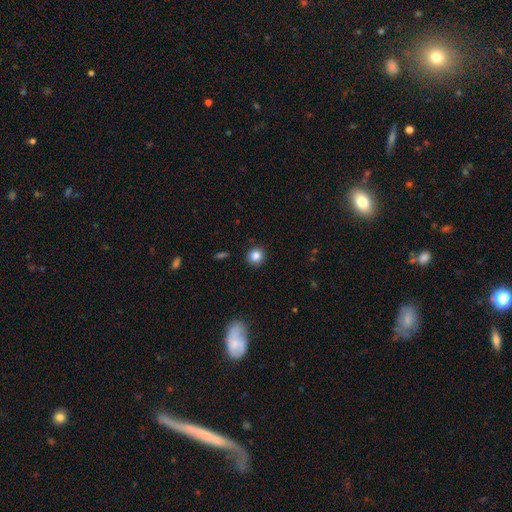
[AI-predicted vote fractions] A smooth galaxy with no disk features (85%) that is round (92%).

Vote fractions:
- Smooth or featured? smooth: 85% / star or artifact: 11% / featured or disk: 5%
- How rounded? round: 92% / in between: 7% / cigar-shaped: 1%
- Merging? none: 91% / minor disturbance: 6% / major disturbance: 2% / merger: 1%